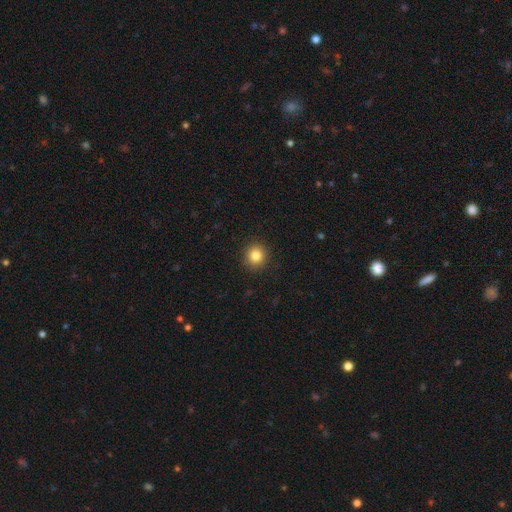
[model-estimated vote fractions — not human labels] Smooth or featured?
  - smooth: 84% *
  - star or artifact: 11%
  - featured or disk: 5%
How rounded?
  - round: 89% *
  - in between: 10%
  - cigar-shaped: 1%
Merging?
  - none: 91% *
  - minor disturbance: 6%
  - major disturbance: 2%
  - merger: 1%